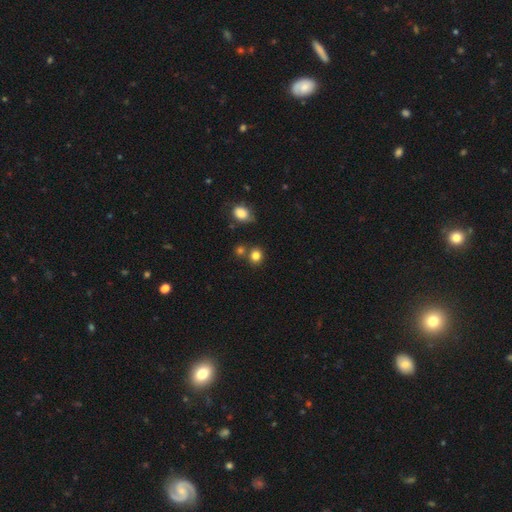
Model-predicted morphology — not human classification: Q: Smooth or featured?
A: smooth (81%); runner-up: star or artifact (13%)
Q: How rounded?
A: round (81%); runner-up: in between (18%)
Q: Merging?
A: none (71%); runner-up: merger (15%)